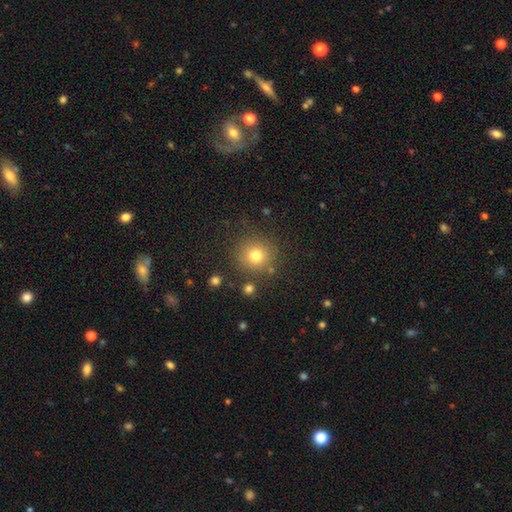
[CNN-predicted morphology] smooth-or-featured: smooth: 76% | star or artifact: 15% | featured or disk: 9%
  how-rounded: round: 92% | in between: 7% | cigar-shaped: 1%
  merging: none: 83% | minor disturbance: 9% | merger: 4% | major disturbance: 4%